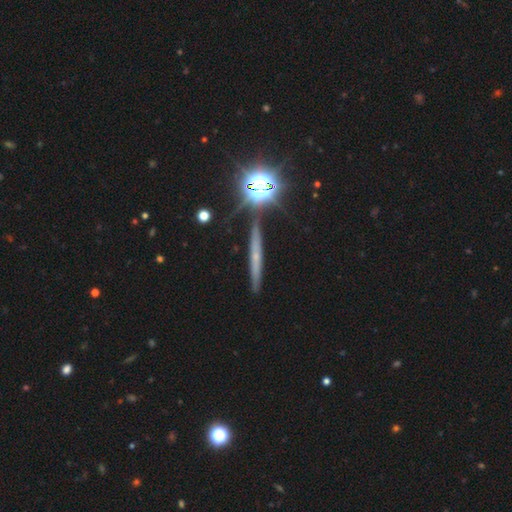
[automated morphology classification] Smooth or featured? featured or disk (47%)
Merging? none (85%)